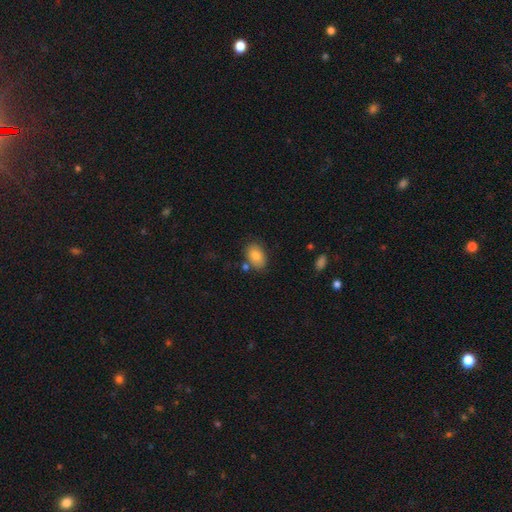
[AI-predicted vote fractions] This appears to be a smooth galaxy with no disk features (81%) that is in between round and cigar-shaped (84%). Merging: none (76%).